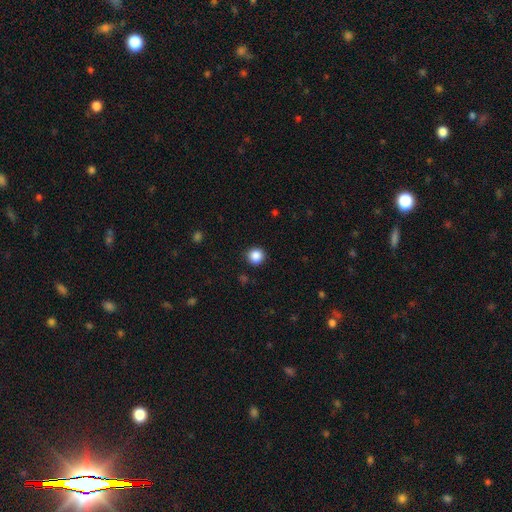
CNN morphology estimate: A smooth galaxy with no disk features (87%) that is round (95%). Merging: none (91%).